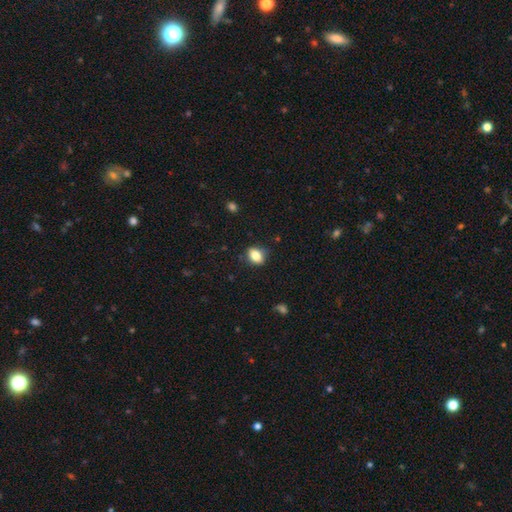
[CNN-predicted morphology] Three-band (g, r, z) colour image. It shows a smooth galaxy with no disk features (81%) that is in between round and cigar-shaped (71%). Merging: none (81%).